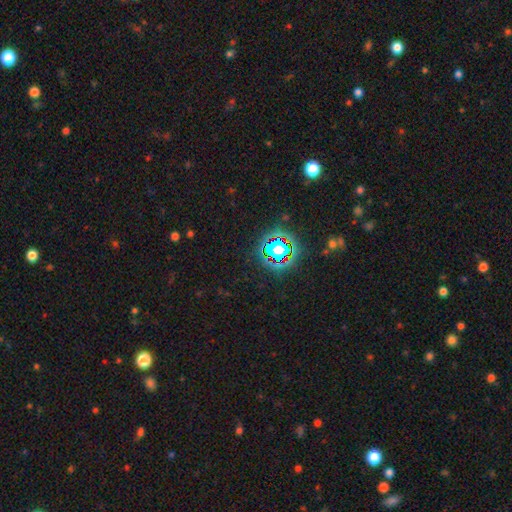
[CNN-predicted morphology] A star or artifact, not a galaxy (81%).